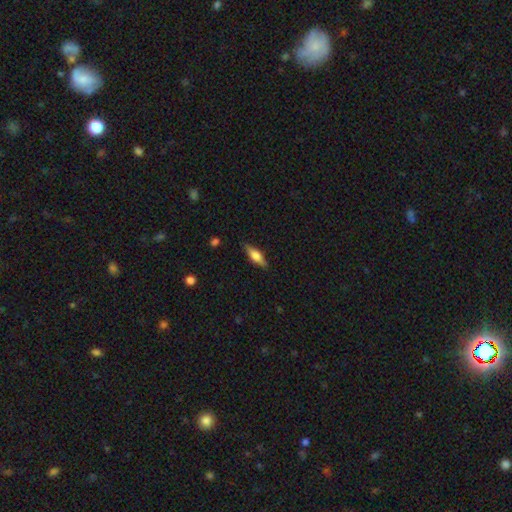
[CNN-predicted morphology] type=smooth (59%); roundness=in between (54%); merging=none (84%).